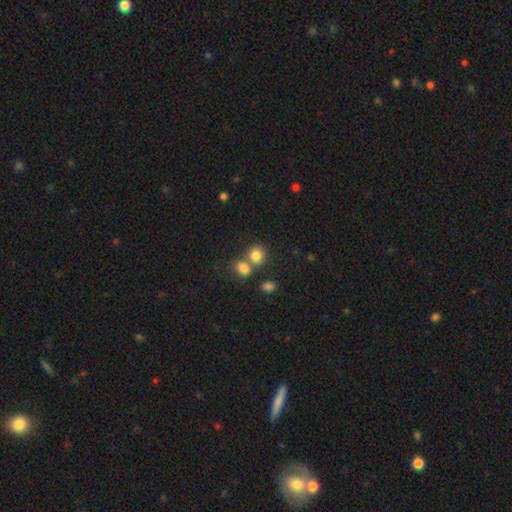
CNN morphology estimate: Smooth or featured? smooth (81%)
How rounded? round (78%)
Merging? none (49%)